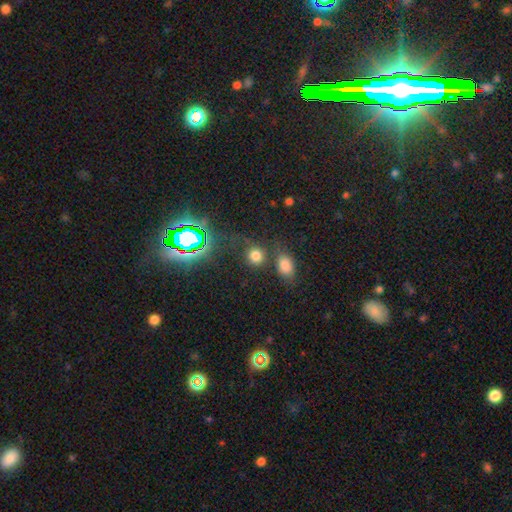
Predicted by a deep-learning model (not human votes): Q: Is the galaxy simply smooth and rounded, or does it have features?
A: smooth — 73%.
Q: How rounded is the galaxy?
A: round — 81%.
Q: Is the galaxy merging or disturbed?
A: none — 71%.